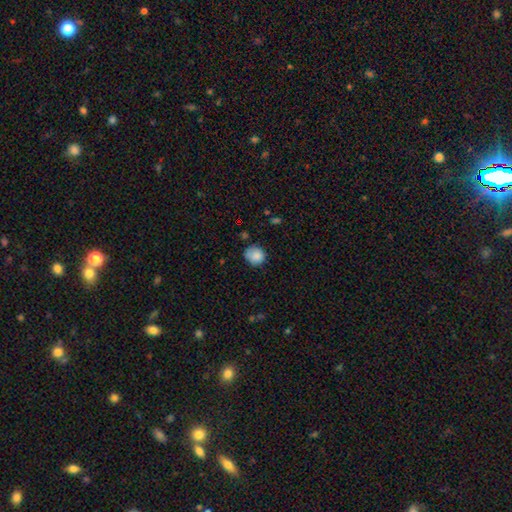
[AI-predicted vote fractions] Smooth or featured? Predicted: smooth (p=0.84). How rounded? Predicted: round (p=0.84). Merging? Predicted: none (p=0.66).